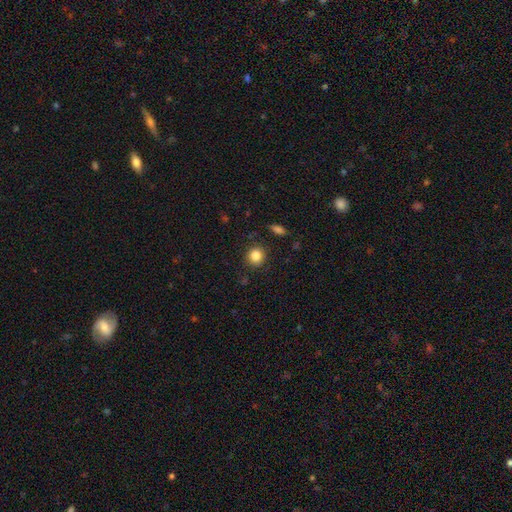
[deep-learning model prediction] This appears to be a smooth galaxy with no disk features (85%) that is round (88%). Merging: none (88%).